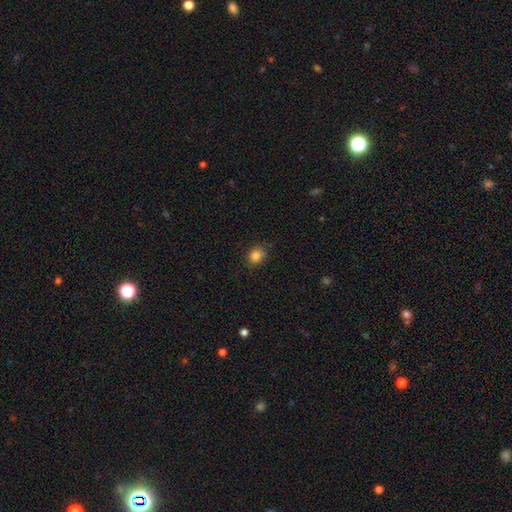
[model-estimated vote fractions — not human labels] Morphology: type=smooth (84%); roundness=round (67%); merging=none (78%).